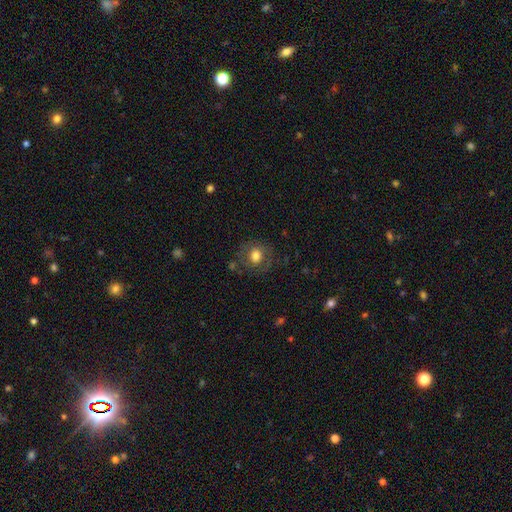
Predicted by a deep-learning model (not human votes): A smooth galaxy with no disk features (70%) that is round (78%).

Vote fractions:
- Smooth or featured? smooth: 70% / featured or disk: 20% / star or artifact: 10%
- How rounded? round: 78% / in between: 21% / cigar-shaped: 1%
- Merging? none: 75% / minor disturbance: 15% / major disturbance: 7% / merger: 2%